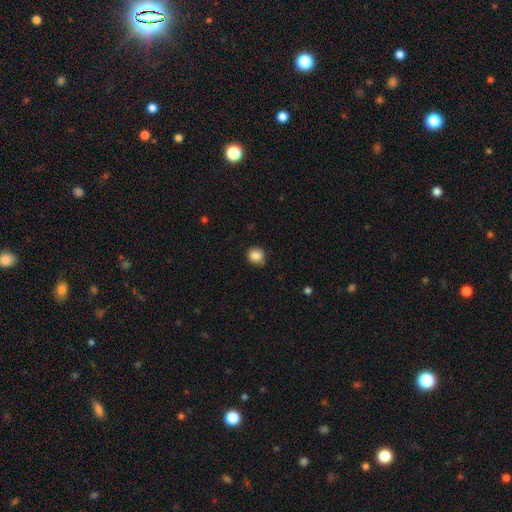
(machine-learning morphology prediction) This appears to be a smooth galaxy with no disk features (86%) that is round (82%). Merging: none (80%).